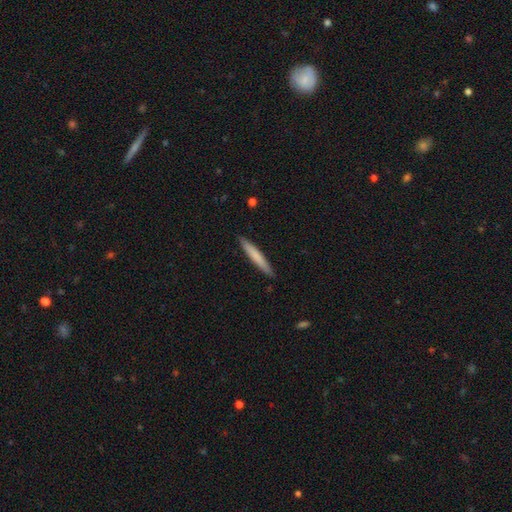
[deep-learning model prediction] smooth 72%, featured or disk 23%, star or artifact 5%. Down the decision tree: how rounded — cigar-shaped (96%); merging — none (90%).